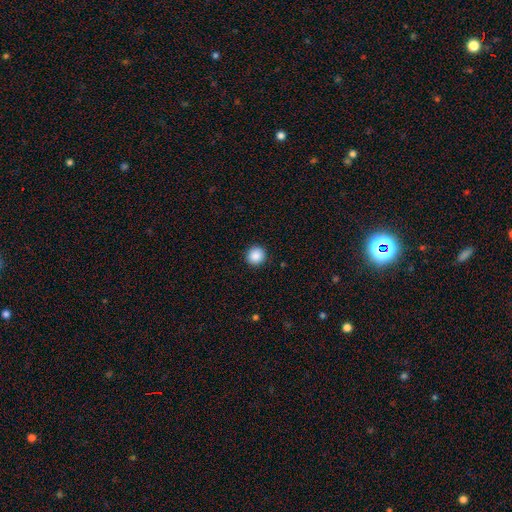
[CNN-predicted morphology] Smooth or featured: smooth — 89% (star or artifact — 8%)
How rounded: round — 93% (in between — 6%)
Merging: none — 92% (minor disturbance — 5%)